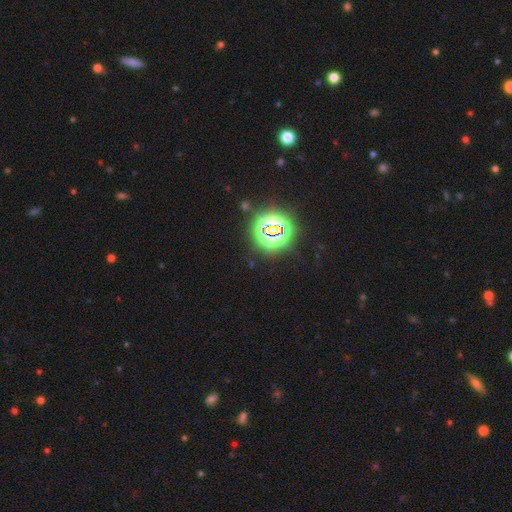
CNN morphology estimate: Smooth or featured: star or artifact — 77% (smooth — 13%)